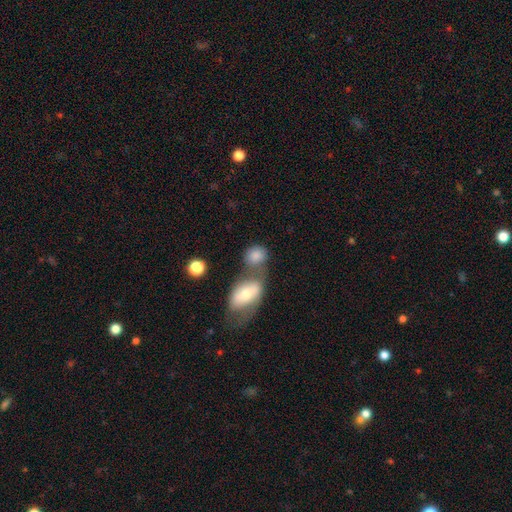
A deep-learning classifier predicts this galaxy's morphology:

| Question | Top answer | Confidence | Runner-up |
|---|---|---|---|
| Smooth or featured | smooth | 80% | featured or disk (12%) |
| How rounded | round | 56% | in between (41%) |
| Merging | merger | 49% | none (35%) |